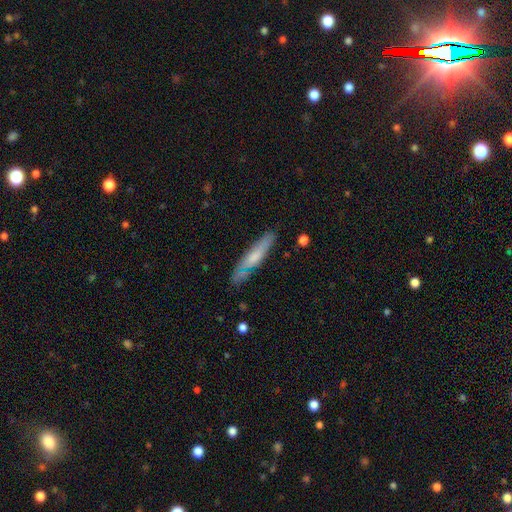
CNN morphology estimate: The model was most divided on "smooth or featured": smooth: 51%, featured or disk: 42%, star or artifact: 7%. More confident: how rounded — cigar-shaped (89%); merging — none (78%).